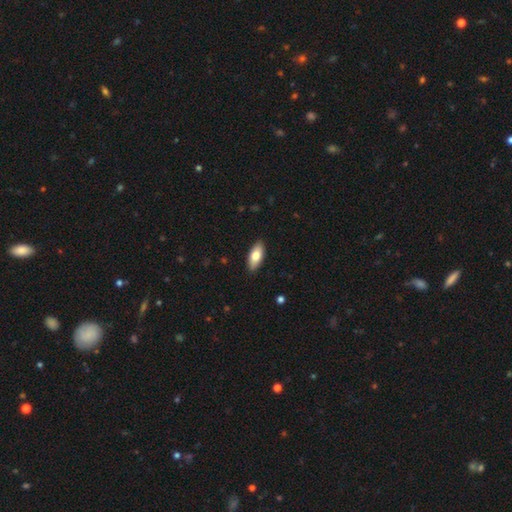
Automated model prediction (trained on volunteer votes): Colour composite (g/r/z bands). It shows a smooth galaxy with no disk features (78%) that is in between round and cigar-shaped (85%). Merging: none (90%).